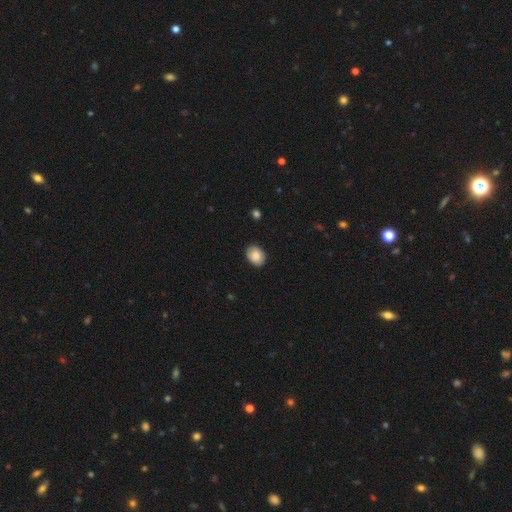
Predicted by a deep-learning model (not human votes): Smooth or featured?
  - smooth: 86% *
  - featured or disk: 7%
  - star or artifact: 7%
How rounded?
  - in between: 66% *
  - round: 33%
  - cigar-shaped: 1%
Merging?
  - none: 88% *
  - minor disturbance: 9%
  - major disturbance: 2%
  - merger: 1%